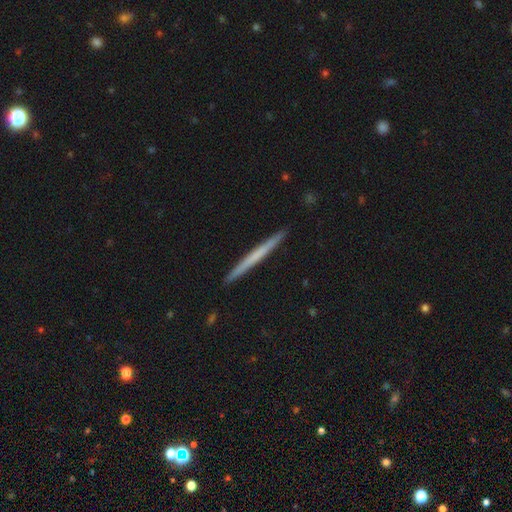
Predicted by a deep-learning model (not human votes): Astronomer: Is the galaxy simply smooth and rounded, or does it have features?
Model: smooth — 49% (runner-up: featured or disk, 45%).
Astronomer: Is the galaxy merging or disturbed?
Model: none — 92%.